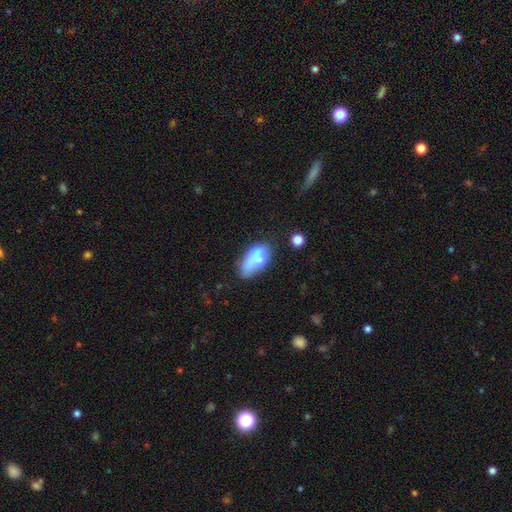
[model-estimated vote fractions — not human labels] A smooth galaxy with no disk features (58%) that is in between round and cigar-shaped (81%). Merging: merger (41%).